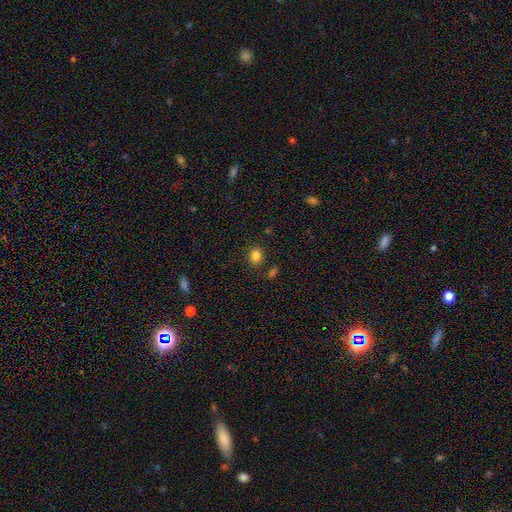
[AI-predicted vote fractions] Smooth or featured? smooth (83%)
How rounded? round (73%)
Merging? none (84%)